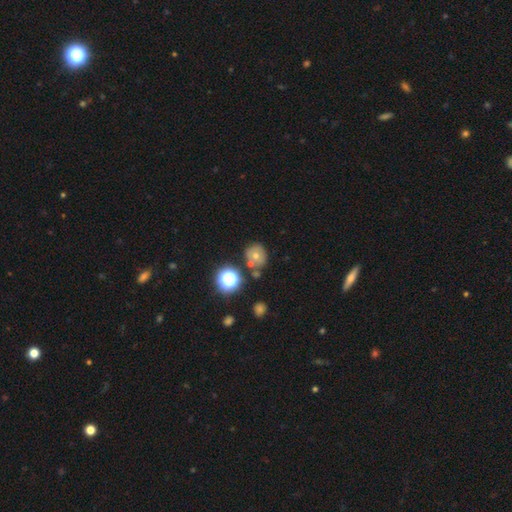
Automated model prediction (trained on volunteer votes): Morphology: type=smooth (45%); merging=none (72%).